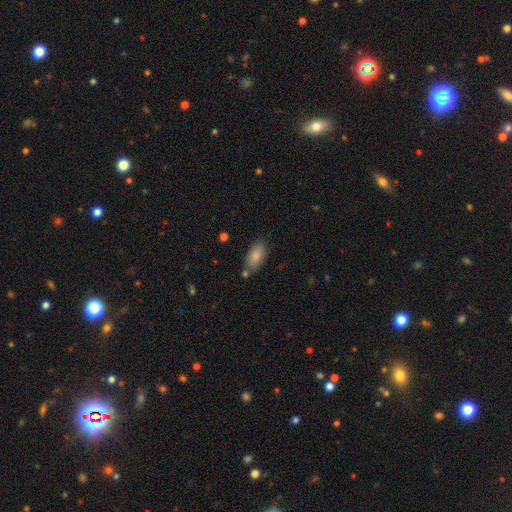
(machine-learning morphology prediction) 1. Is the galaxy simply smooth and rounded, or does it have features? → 85% smooth, 8% featured or disk, 7% star or artifact.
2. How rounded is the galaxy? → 90% in between, 7% cigar-shaped, 3% round.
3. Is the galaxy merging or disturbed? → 73% none, 16% minor disturbance, 7% merger, 4% major disturbance.